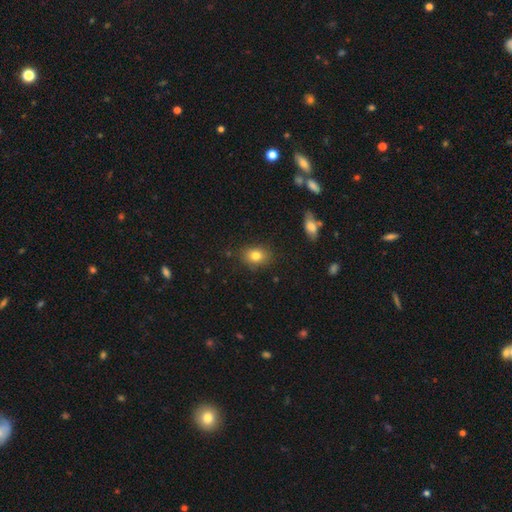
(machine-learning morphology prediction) Smooth or featured? smooth (81%)
How rounded? in between (61%)
Merging? none (85%)